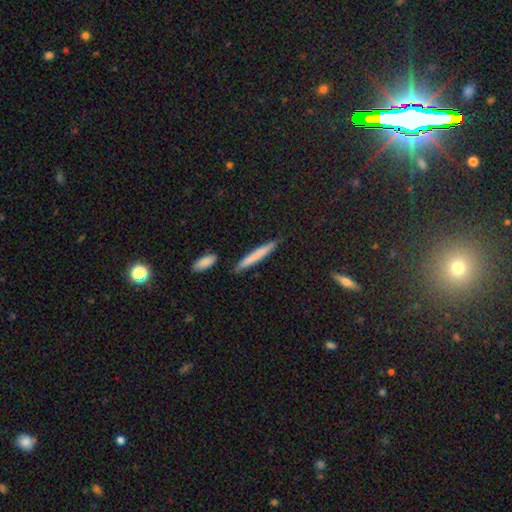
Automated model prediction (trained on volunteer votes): Smooth or featured? Predicted: smooth (p=0.74). How rounded? Predicted: cigar-shaped (p=0.95). Merging? Predicted: none (p=0.85).